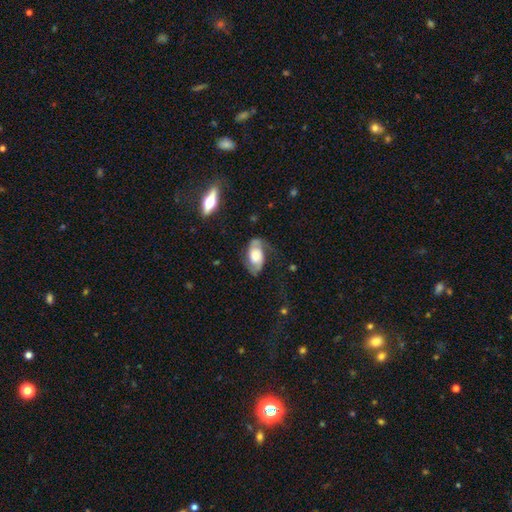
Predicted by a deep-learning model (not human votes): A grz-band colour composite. It shows a featured or disk galaxy (68%) with no bar (67%), 2 (88%) medium (44%) spiral arms (88%) and a large central bulge (42%). Merging: none (63%).